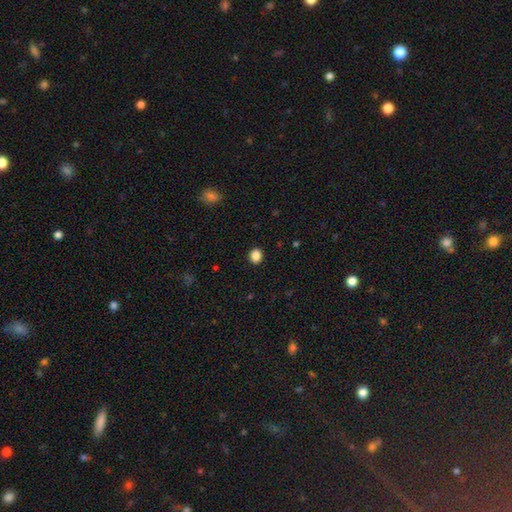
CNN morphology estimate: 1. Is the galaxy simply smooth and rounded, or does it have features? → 86% smooth, 10% star or artifact, 3% featured or disk.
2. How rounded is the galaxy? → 61% round, 38% in between, 1% cigar-shaped.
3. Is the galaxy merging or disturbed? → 91% none, 6% minor disturbance, 2% major disturbance, 1% merger.